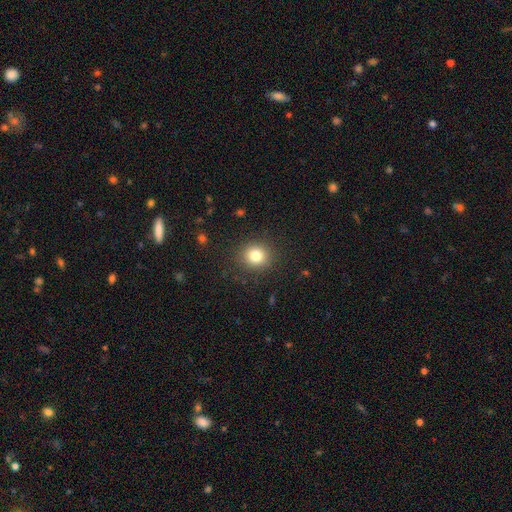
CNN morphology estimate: type=smooth (81%); roundness=round (86%); merging=none (89%).